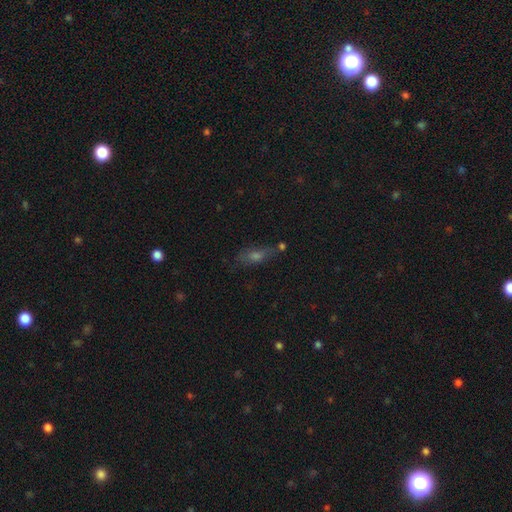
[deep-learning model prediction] Smooth or featured?
  - smooth: 49% *
  - featured or disk: 28%
  - star or artifact: 23%
Merging?
  - none: 67% *
  - minor disturbance: 16%
  - merger: 10%
  - major disturbance: 7%